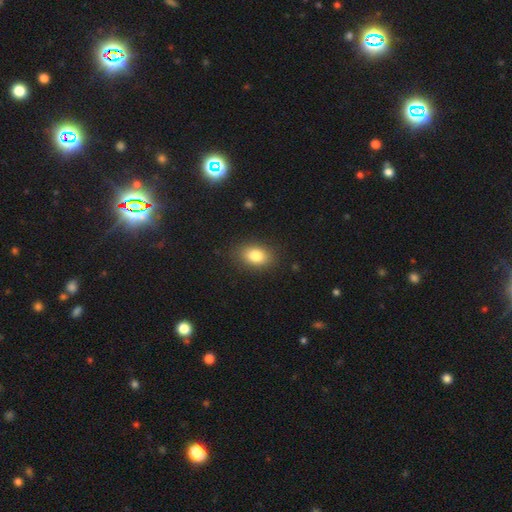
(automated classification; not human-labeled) Smooth or featured? smooth (82%)
How rounded? in between (80%)
Merging? none (86%)